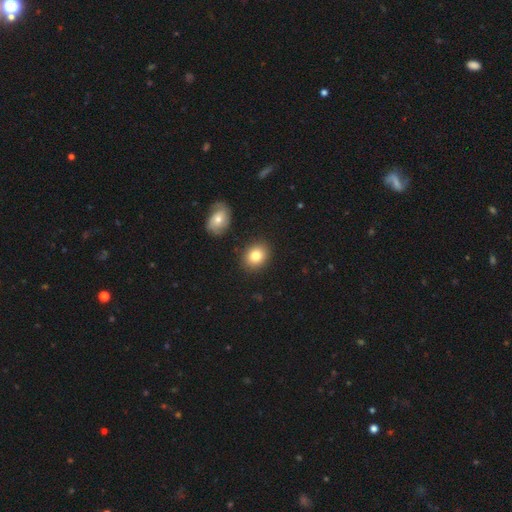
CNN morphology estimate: Smooth or featured?
  - smooth: 83% *
  - featured or disk: 9%
  - star or artifact: 8%
How rounded?
  - round: 53% *
  - in between: 46%
  - cigar-shaped: 1%
Merging?
  - none: 86% *
  - minor disturbance: 9%
  - merger: 4%
  - major disturbance: 2%